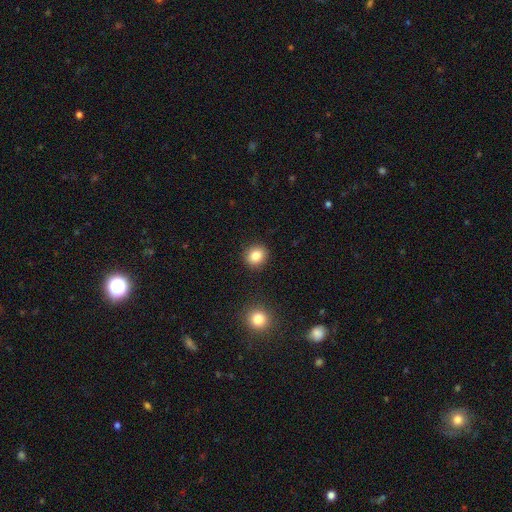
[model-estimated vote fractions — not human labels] A smooth galaxy with no disk features (83%) that is round (81%).

Vote fractions:
- Smooth or featured? smooth: 83% / star or artifact: 11% / featured or disk: 6%
- How rounded? round: 81% / in between: 18% / cigar-shaped: 1%
- Merging? none: 89% / minor disturbance: 7% / major disturbance: 2% / merger: 2%